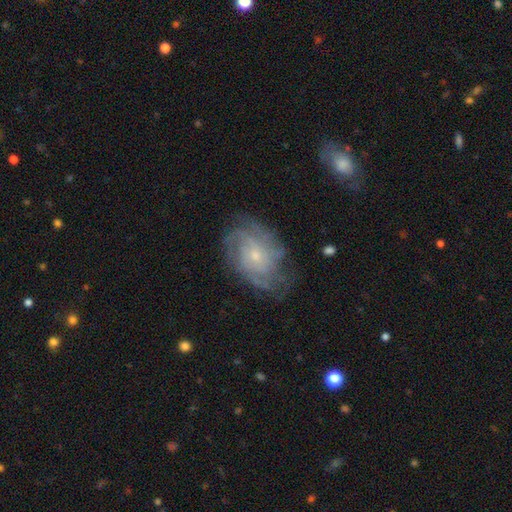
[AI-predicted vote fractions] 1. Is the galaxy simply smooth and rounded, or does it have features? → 77% featured or disk, 15% smooth, 8% star or artifact.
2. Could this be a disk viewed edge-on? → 97% no, 3% yes.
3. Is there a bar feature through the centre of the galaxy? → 76% no, 22% weak, 3% strong.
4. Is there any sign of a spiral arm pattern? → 90% yes, 10% no.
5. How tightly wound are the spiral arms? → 55% tight, 33% medium, 12% loose.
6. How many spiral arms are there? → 45% can't tell, 16% 4, 14% 3, 12% 2, 7% more than 4, 6% 1.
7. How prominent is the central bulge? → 69% small, 26% moderate, 3% none, 2% large, 1% dominant.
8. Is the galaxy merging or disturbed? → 68% none, 21% minor disturbance, 10% major disturbance, 1% merger.